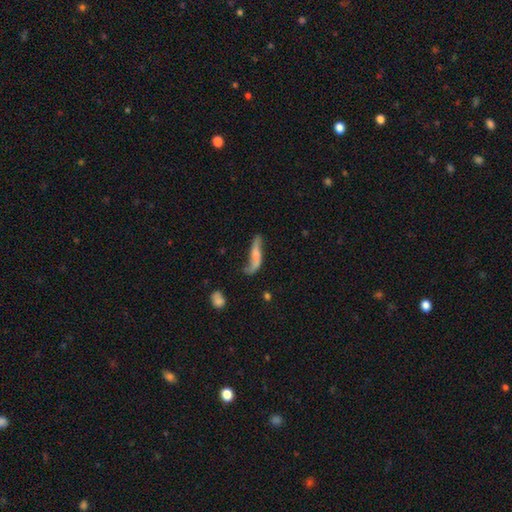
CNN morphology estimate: The model was most divided on "merging": none: 42%, minor disturbance: 27%, major disturbance: 23%, merger: 8%. More confident: edge-on disk — no (76%); smooth or featured — featured or disk (56%).